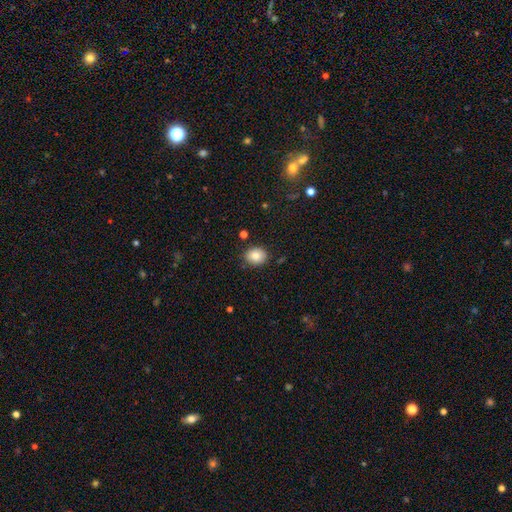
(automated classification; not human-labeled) smooth-or-featured: smooth: 84% | star or artifact: 9% | featured or disk: 7%
  how-rounded: round: 60% | in between: 39% | cigar-shaped: 1%
  merging: none: 84% | minor disturbance: 11% | major disturbance: 3% | merger: 2%